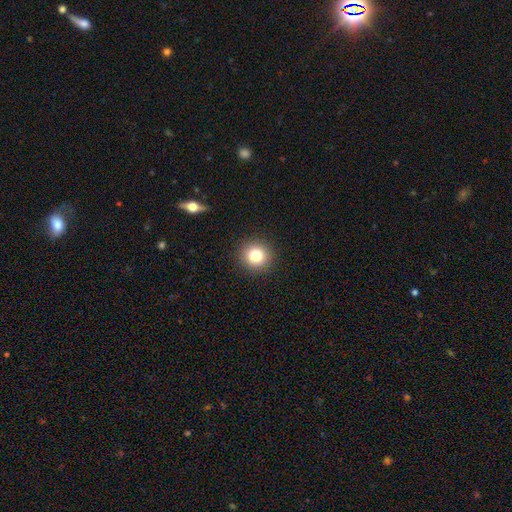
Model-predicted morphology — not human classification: Q: Smooth or featured?
A: smooth (81%); runner-up: star or artifact (11%)
Q: How rounded?
A: round (91%); runner-up: in between (8%)
Q: Merging?
A: none (91%); runner-up: minor disturbance (6%)